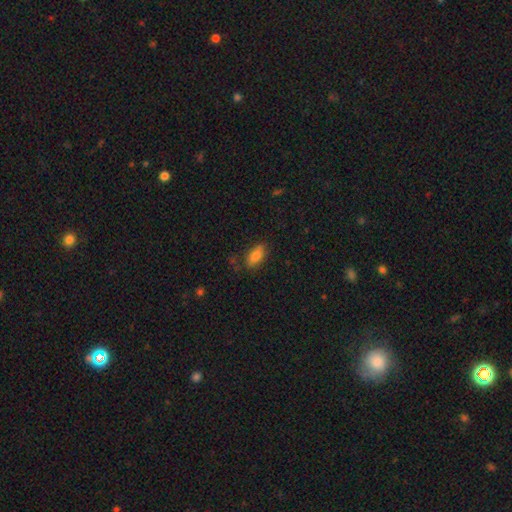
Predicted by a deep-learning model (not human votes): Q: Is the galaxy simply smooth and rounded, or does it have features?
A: smooth — 78%.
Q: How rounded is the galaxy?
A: in between — 85%.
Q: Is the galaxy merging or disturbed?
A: none — 75%.